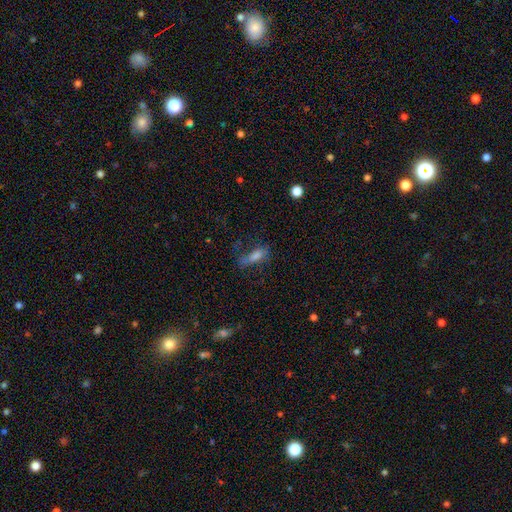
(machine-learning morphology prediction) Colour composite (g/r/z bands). It shows a smooth galaxy with no disk features (55%) that is in between round and cigar-shaped (55%). Merging: none (49%).